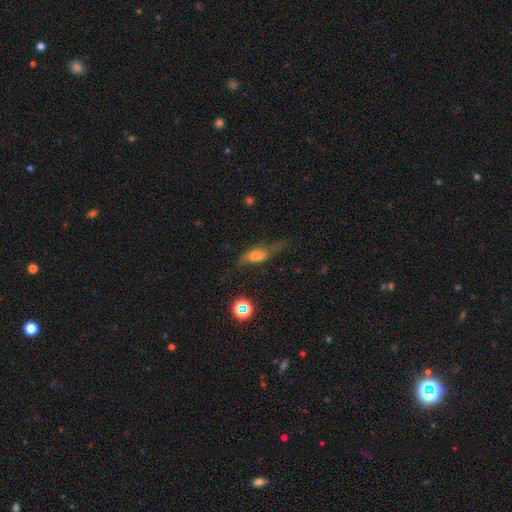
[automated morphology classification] smooth_or_featured: featured or disk (p=0.46) [alt: smooth p=0.41]
merging: none (p=0.47) [alt: minor disturbance p=0.26]